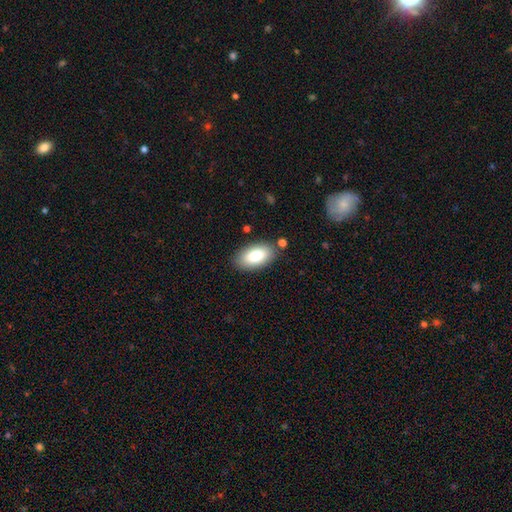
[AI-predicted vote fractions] A smooth galaxy with no disk features (83%) that is in between round and cigar-shaped (95%). Merging: none (84%).